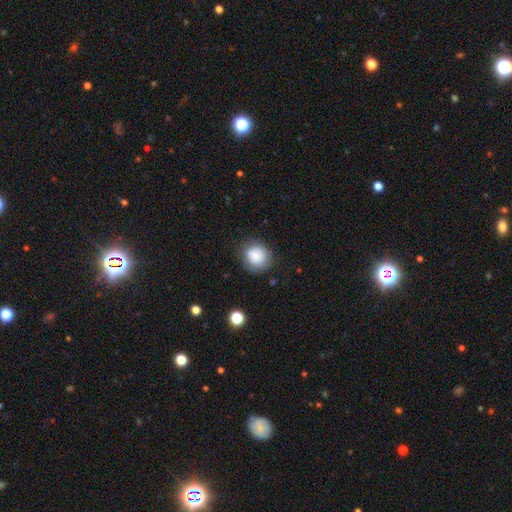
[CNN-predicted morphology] This is clearly a smooth galaxy (83%). How rounded: clearly round (82%). Merging: likely none (77%).